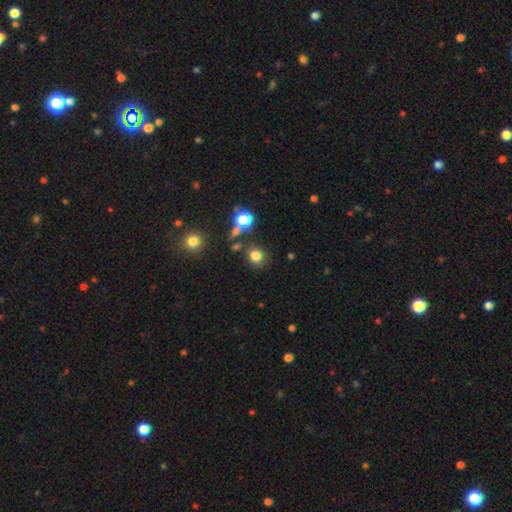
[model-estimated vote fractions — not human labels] The model was most divided on "smooth or featured": smooth: 77%, star or artifact: 17%, featured or disk: 6%. More confident: how rounded — round (83%); merging — none (77%).